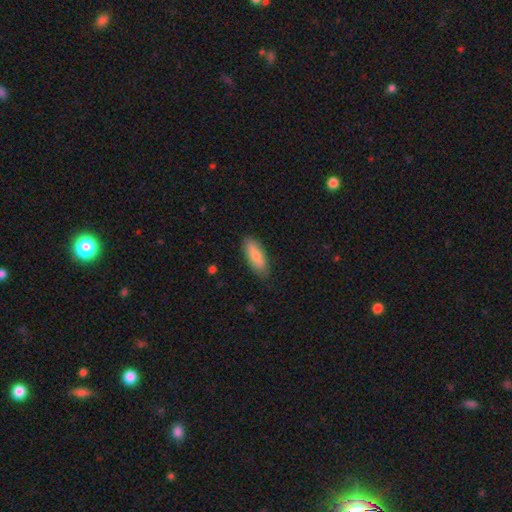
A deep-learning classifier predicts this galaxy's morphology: A smooth galaxy with no disk features (79%) that is in between round and cigar-shaped (72%). Merging: none (81%).